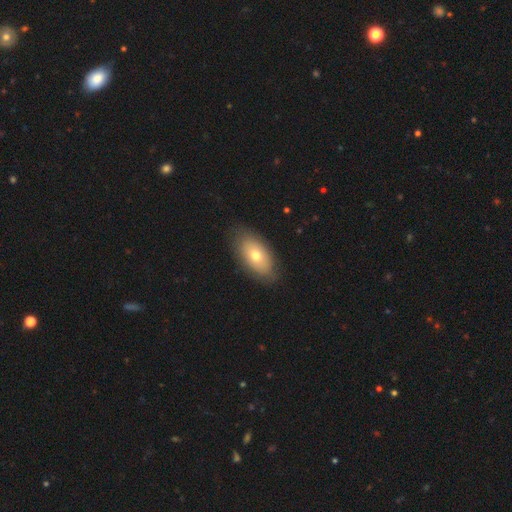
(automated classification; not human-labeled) This is likely a smooth galaxy (68%). How rounded: clearly in between (92%). Merging: clearly none (83%).